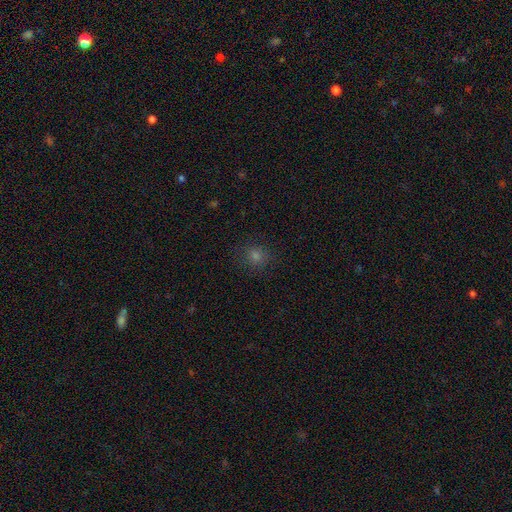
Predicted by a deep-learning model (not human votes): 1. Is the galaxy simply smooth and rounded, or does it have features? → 67% smooth, 26% star or artifact, 8% featured or disk.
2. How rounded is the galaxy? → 90% round, 9% in between, 1% cigar-shaped.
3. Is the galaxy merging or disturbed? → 88% none, 8% minor disturbance, 3% major disturbance, 1% merger.